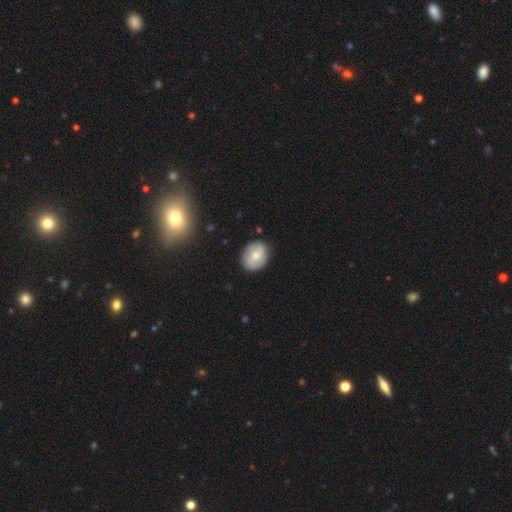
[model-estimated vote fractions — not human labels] Smooth or featured? Predicted: smooth (p=0.65). How rounded? Predicted: in between (p=0.52). Merging? Predicted: none (p=0.81).